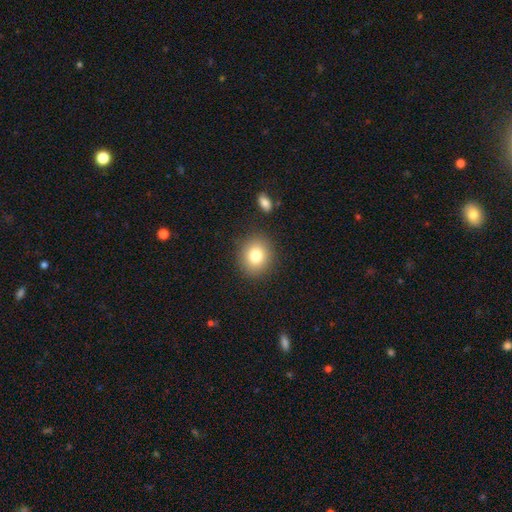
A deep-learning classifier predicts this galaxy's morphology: This appears to be a smooth galaxy with no disk features (80%) that is round (72%). Merging: none (86%).